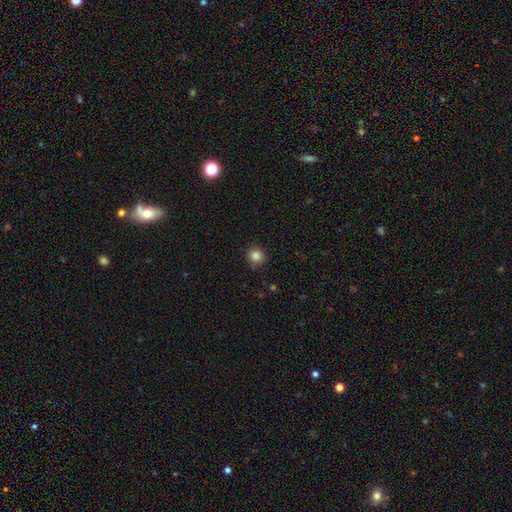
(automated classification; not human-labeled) A smooth galaxy with no disk features (85%) that is round (89%).

Vote fractions:
- Smooth or featured? smooth: 85% / star or artifact: 11% / featured or disk: 4%
- How rounded? round: 89% / in between: 10% / cigar-shaped: 1%
- Merging? none: 85% / minor disturbance: 11% / major disturbance: 2% / merger: 1%